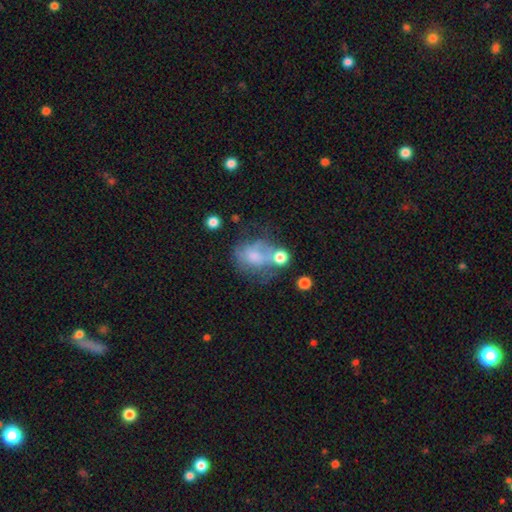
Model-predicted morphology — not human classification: A smooth galaxy with no disk features (53%) that is in between round and cigar-shaped (51%). Merging: none (29%).